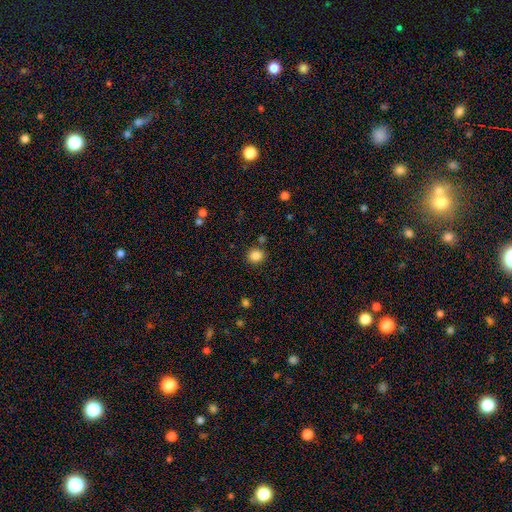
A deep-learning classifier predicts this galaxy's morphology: Overall: smooth (85%). How rounded: round (84%). Merging: none (85%).